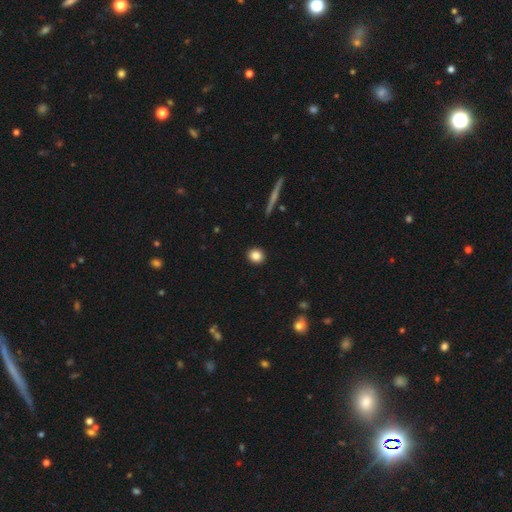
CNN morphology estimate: A smooth galaxy with no disk features (84%) that is round (85%). Merging: none (92%).